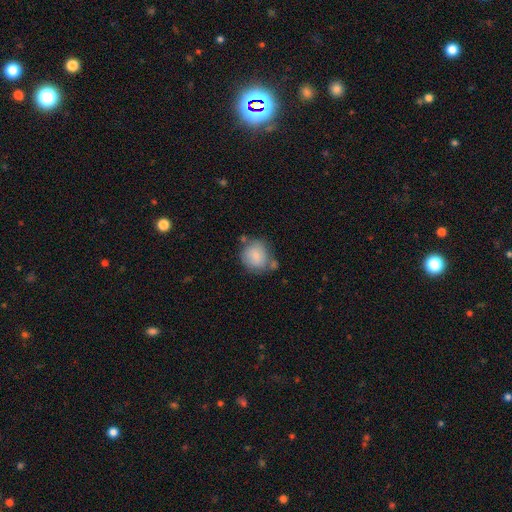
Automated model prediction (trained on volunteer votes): Morphology: type=smooth (81%); roundness=round (81%); merging=none (57%).